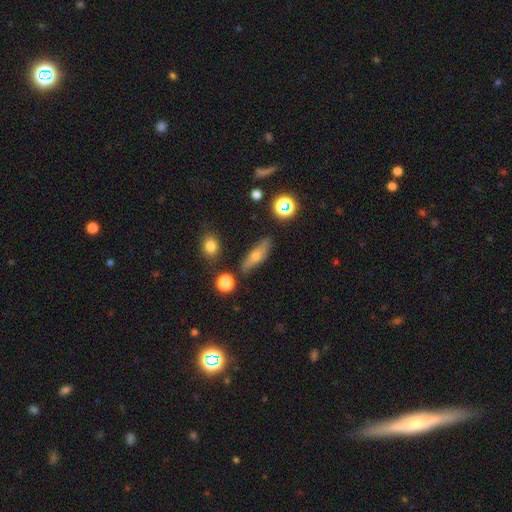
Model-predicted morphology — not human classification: A smooth galaxy with no disk features (54%) that is in between round and cigar-shaped (48%). Merging: none (79%).